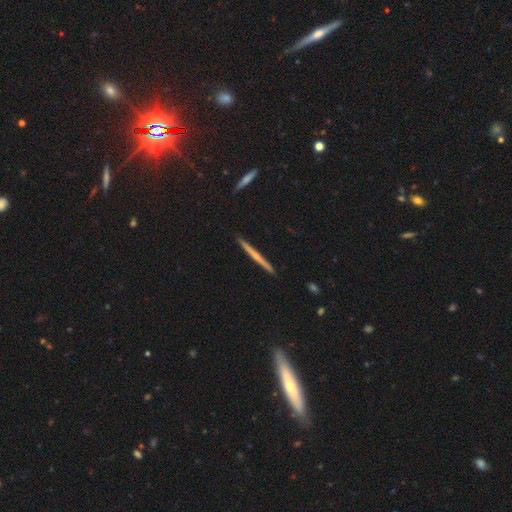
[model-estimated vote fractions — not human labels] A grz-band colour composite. It shows a featured or disk galaxy (54%) viewed edge-on (98%) with no central bulge (68%). Merging: none (92%).